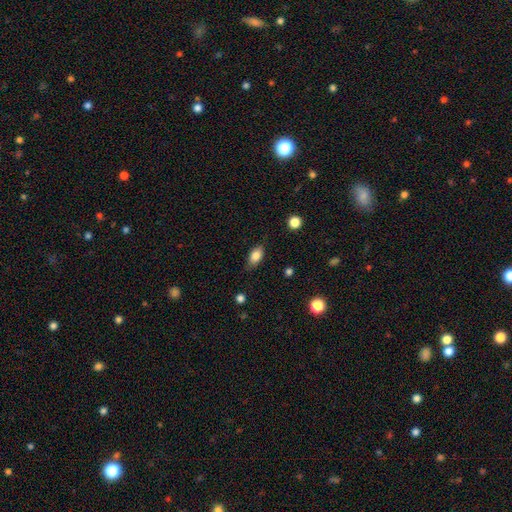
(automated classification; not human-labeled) Q: Smooth or featured?
A: smooth (81%); runner-up: featured or disk (11%)
Q: How rounded?
A: in between (86%); runner-up: round (8%)
Q: Merging?
A: none (78%); runner-up: minor disturbance (17%)